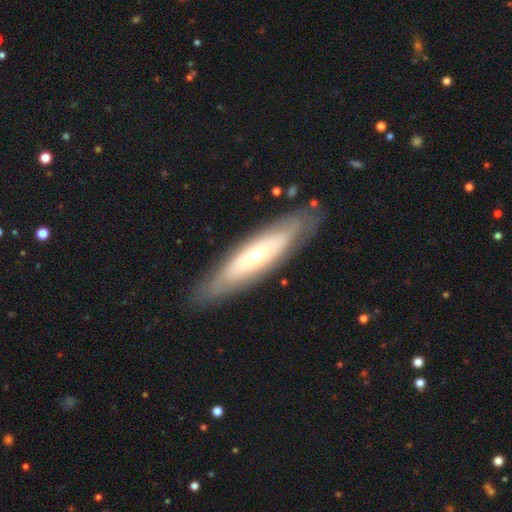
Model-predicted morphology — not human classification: A featured or disk galaxy (56%). Merging: none (83%).